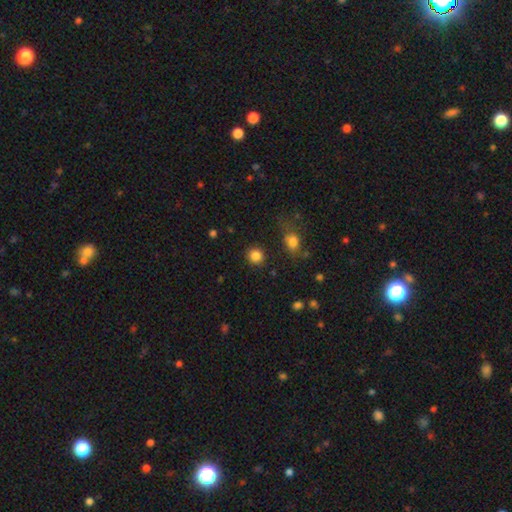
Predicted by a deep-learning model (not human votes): Overall: smooth (85%). How rounded: round (88%). Merging: none (87%).